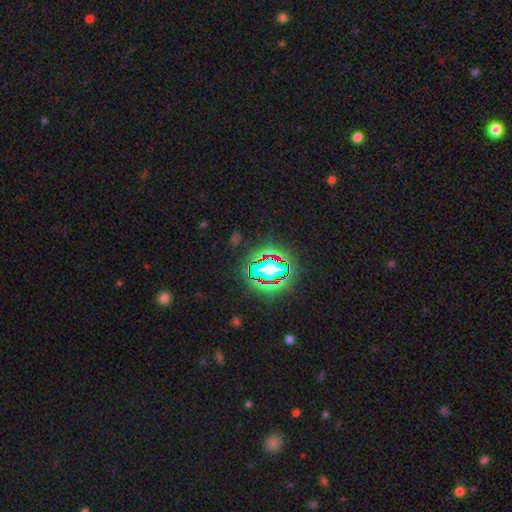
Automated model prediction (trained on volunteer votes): Q: Smooth or featured?
A: star or artifact (81%); runner-up: smooth (11%)